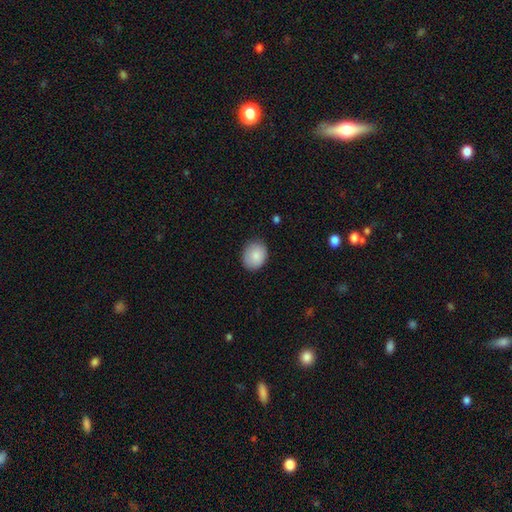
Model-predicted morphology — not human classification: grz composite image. It shows a smooth galaxy with no disk features (86%) that is in between round and cigar-shaped (50%). Merging: none (84%).